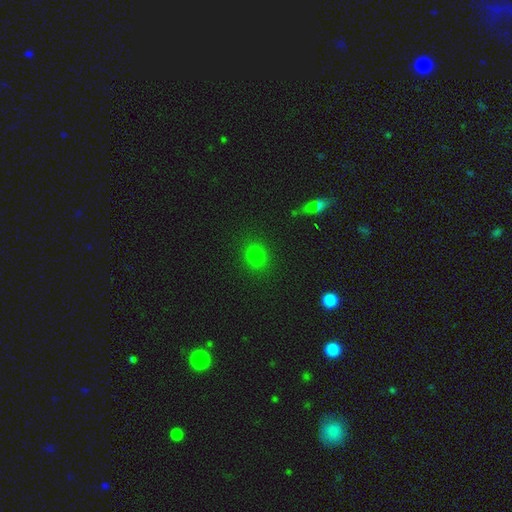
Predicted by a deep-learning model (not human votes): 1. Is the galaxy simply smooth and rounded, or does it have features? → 79% smooth, 16% star or artifact, 5% featured or disk.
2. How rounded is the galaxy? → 73% round, 25% in between, 1% cigar-shaped.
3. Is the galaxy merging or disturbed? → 88% none, 8% minor disturbance, 3% major disturbance, 2% merger.